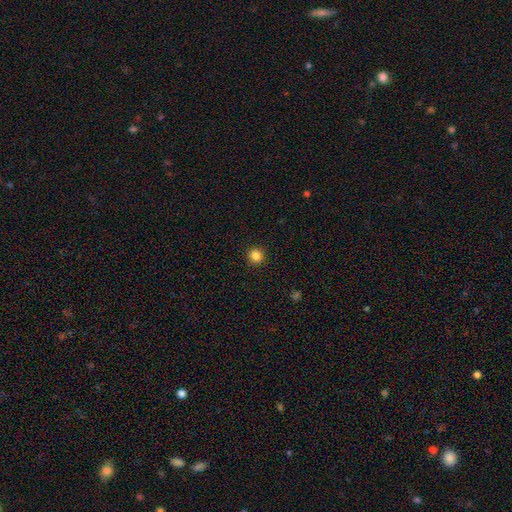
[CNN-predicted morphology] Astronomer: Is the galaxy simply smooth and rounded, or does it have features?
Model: smooth — 85%.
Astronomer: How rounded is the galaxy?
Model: round — 94%.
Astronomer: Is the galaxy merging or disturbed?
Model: none — 93%.